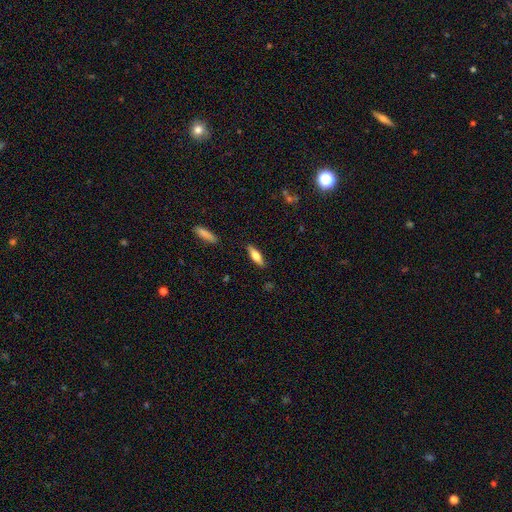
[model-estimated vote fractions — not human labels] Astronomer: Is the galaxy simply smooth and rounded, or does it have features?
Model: smooth — 60%.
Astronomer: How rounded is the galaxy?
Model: cigar-shaped — 54% (runner-up: in between, 44%).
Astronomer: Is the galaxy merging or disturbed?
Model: none — 88%.